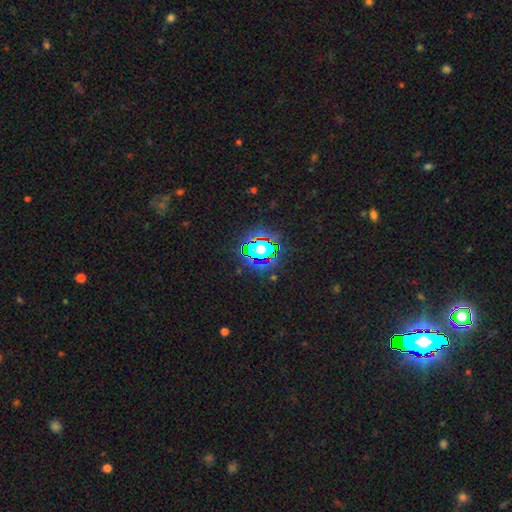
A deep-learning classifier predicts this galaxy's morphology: smooth_or_featured: star or artifact (p=0.66) [alt: smooth p=0.23]